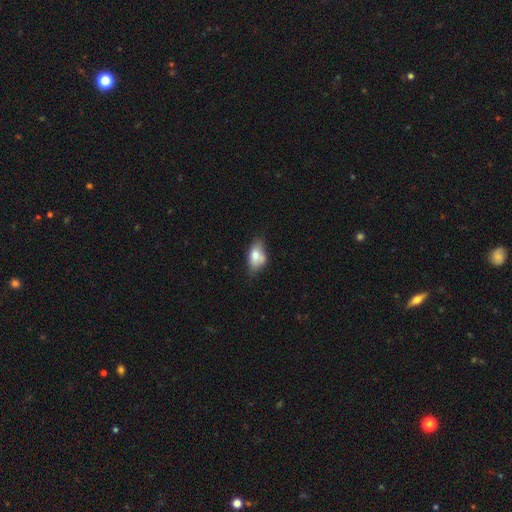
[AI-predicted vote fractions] Smooth or featured? Predicted: smooth (p=0.73). How rounded? Predicted: in between (p=0.88). Merging? Predicted: none (p=0.46).